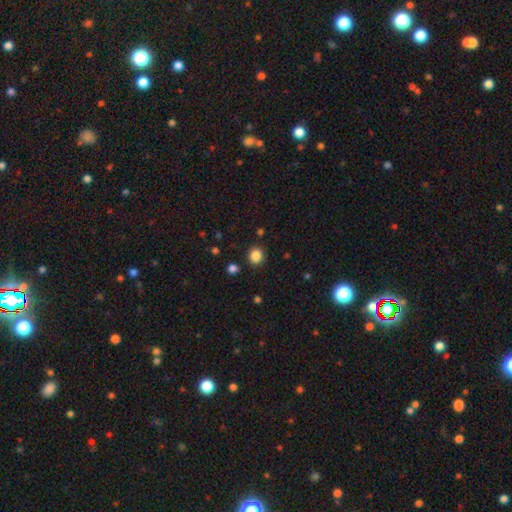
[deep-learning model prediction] A smooth galaxy with no disk features (85%) that is round (75%).

Vote fractions:
- Smooth or featured? smooth: 85% / star or artifact: 11% / featured or disk: 4%
- How rounded? round: 75% / in between: 24% / cigar-shaped: 1%
- Merging? none: 88% / minor disturbance: 7% / major disturbance: 2% / merger: 2%